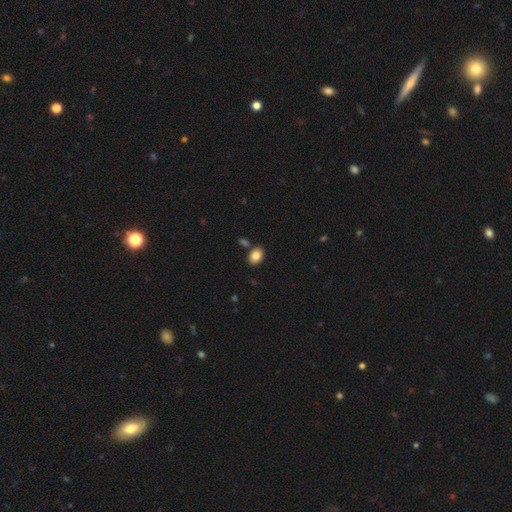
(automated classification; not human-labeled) Overall: smooth (85%). How rounded: in between (74%). Merging: none (79%).